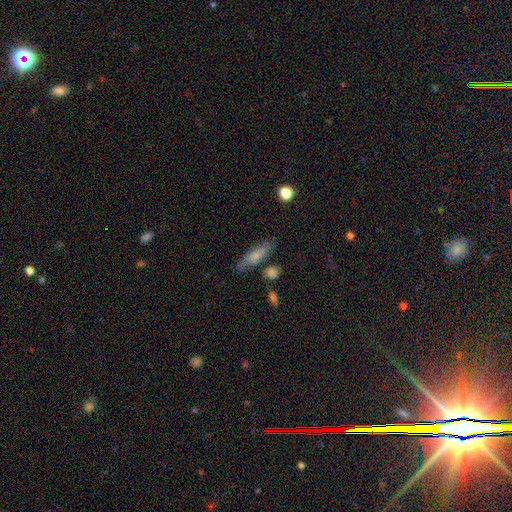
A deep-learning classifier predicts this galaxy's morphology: Smooth or featured? smooth (64%)
How rounded? cigar-shaped (59%)
Merging? none (70%)